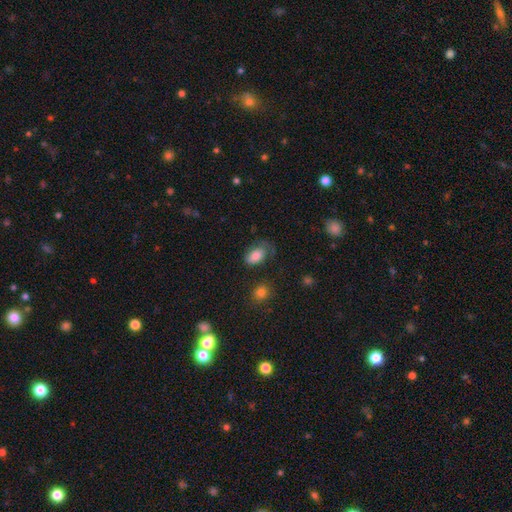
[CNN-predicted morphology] A smooth galaxy with no disk features (74%) that is in between round and cigar-shaped (90%).

Vote fractions:
- Smooth or featured? smooth: 74% / featured or disk: 18% / star or artifact: 8%
- How rounded? in between: 90% / round: 8% / cigar-shaped: 2%
- Merging? none: 45% / minor disturbance: 29% / major disturbance: 23% / merger: 3%